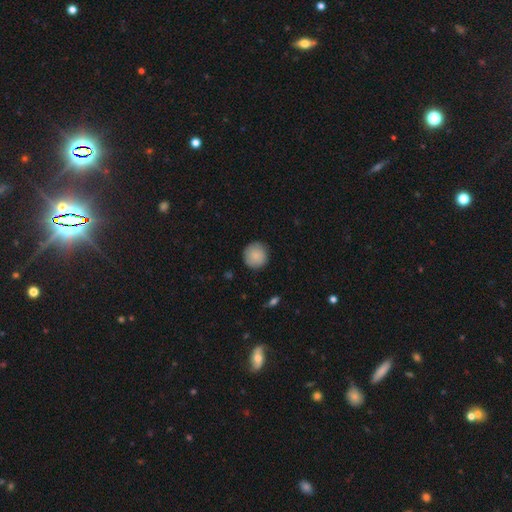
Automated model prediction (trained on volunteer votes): Q: Smooth or featured?
A: smooth (88%); runner-up: star or artifact (7%)
Q: How rounded?
A: round (94%); runner-up: in between (5%)
Q: Merging?
A: none (88%); runner-up: minor disturbance (9%)